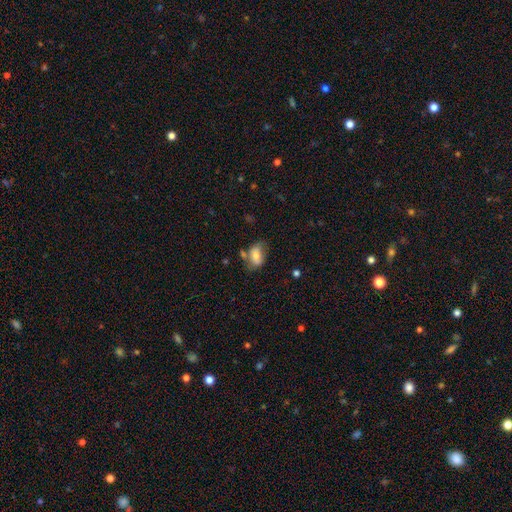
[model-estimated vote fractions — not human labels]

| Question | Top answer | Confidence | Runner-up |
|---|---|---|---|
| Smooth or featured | smooth | 70% | featured or disk (22%) |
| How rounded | in between | 83% | round (15%) |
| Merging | none | 48% | minor disturbance (28%) |